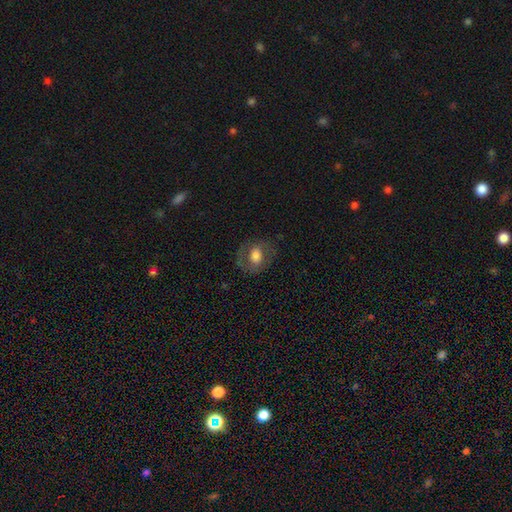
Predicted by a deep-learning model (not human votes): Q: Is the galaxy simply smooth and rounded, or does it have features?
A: smooth — 53%.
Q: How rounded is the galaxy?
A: in between — 59%.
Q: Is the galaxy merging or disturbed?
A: none — 71%.